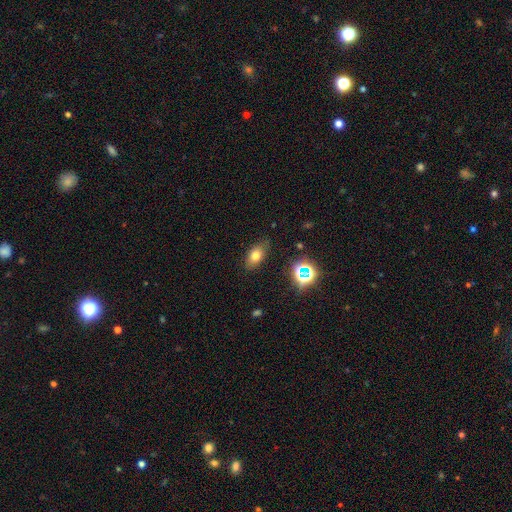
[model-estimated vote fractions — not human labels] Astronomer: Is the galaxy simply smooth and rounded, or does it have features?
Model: smooth — 70%.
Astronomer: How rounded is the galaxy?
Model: in between — 83%.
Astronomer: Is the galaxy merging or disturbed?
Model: none — 82%.